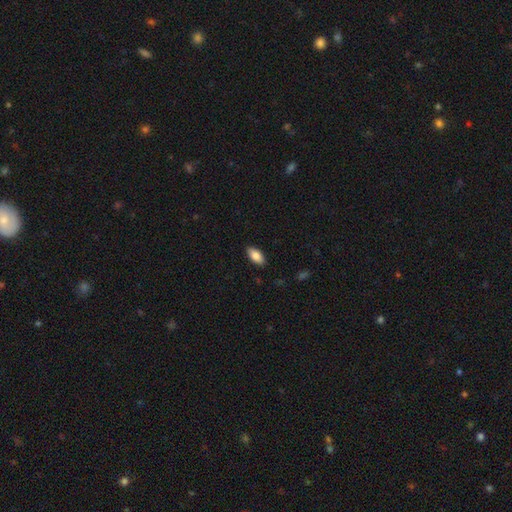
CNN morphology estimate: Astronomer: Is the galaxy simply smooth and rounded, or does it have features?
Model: smooth — 84%.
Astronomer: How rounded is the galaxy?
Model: in between — 91%.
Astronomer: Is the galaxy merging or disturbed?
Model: none — 89%.